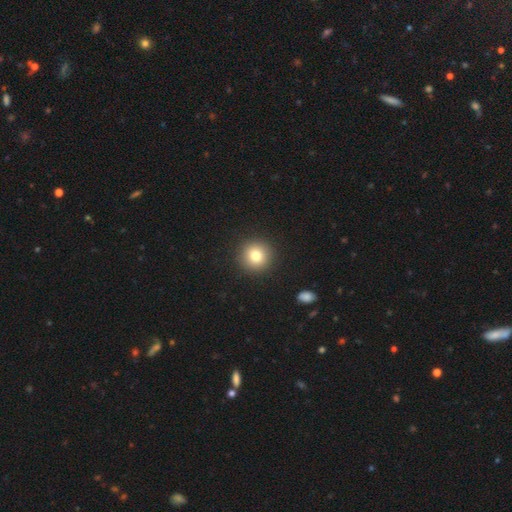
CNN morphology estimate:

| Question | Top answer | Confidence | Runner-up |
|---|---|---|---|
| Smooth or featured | smooth | 79% | star or artifact (11%) |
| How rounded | round | 95% | in between (4%) |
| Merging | none | 92% | minor disturbance (5%) |